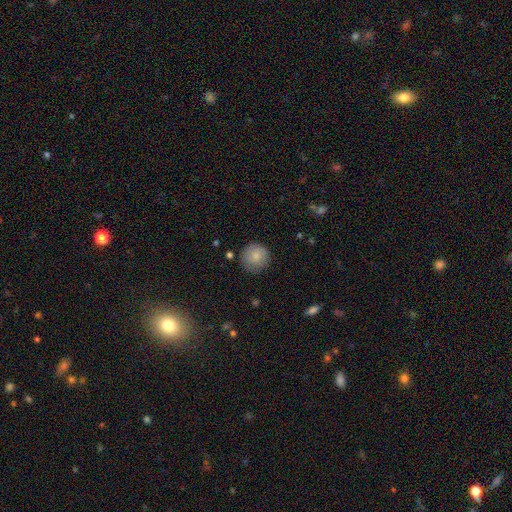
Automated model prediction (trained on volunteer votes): Smooth or featured? smooth (82%)
How rounded? round (94%)
Merging? none (80%)